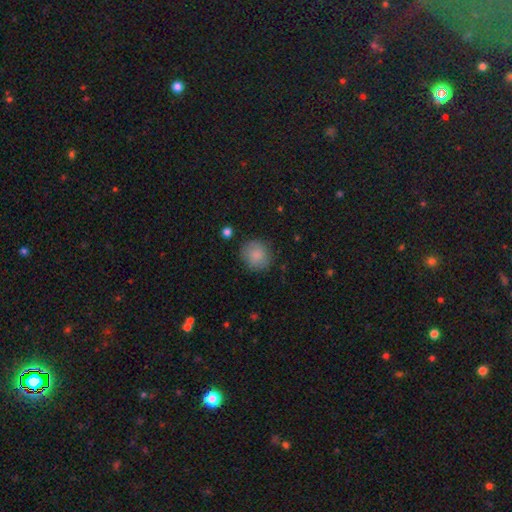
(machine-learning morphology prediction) Overall: smooth (84%). How rounded: round (86%). Merging: none (82%).